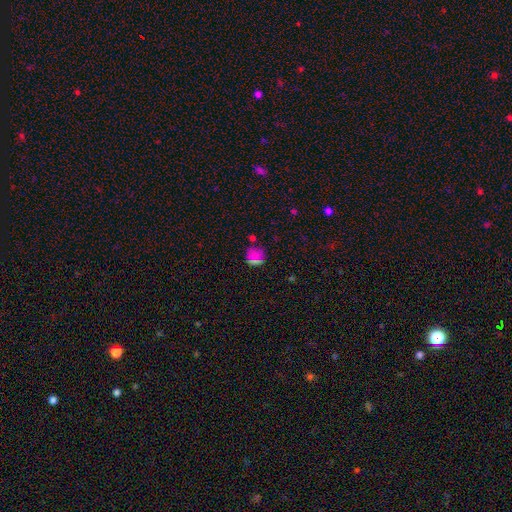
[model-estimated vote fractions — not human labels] smooth-or-featured: smooth: 63% | star or artifact: 28% | featured or disk: 9%
  how-rounded: round: 89% | in between: 9% | cigar-shaped: 2%
  merging: none: 78% | minor disturbance: 13% | major disturbance: 5% | merger: 5%